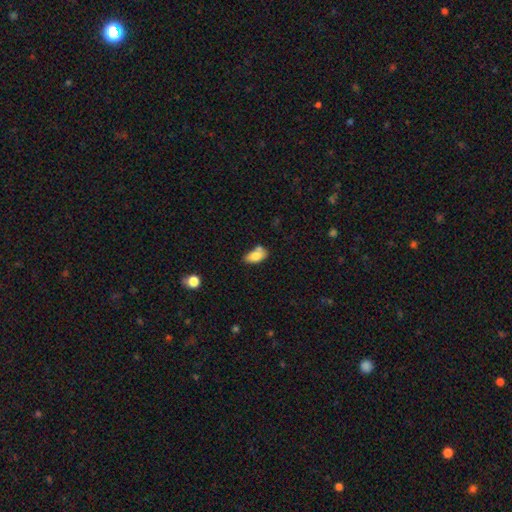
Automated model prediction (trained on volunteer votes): A smooth galaxy with no disk features (79%) that is in between round and cigar-shaped (90%). Merging: none (47%).